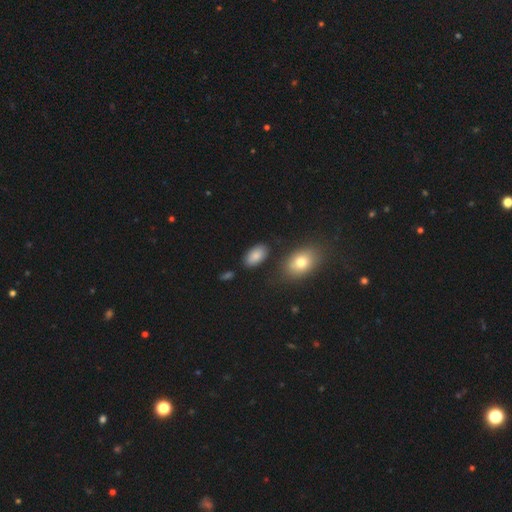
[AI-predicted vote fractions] Smooth or featured: smooth — 85% (star or artifact — 8%)
How rounded: in between — 94% (round — 4%)
Merging: none — 82% (minor disturbance — 11%)